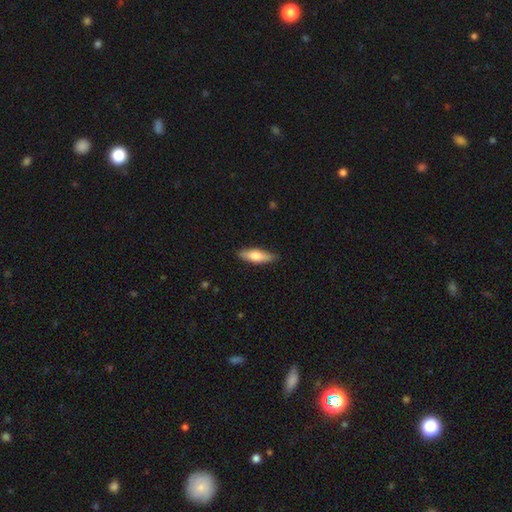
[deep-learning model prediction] smooth 71%, featured or disk 24%, star or artifact 5%. Down the decision tree: how rounded — in between (49%, tied with cigar-shaped); merging — none (85%).